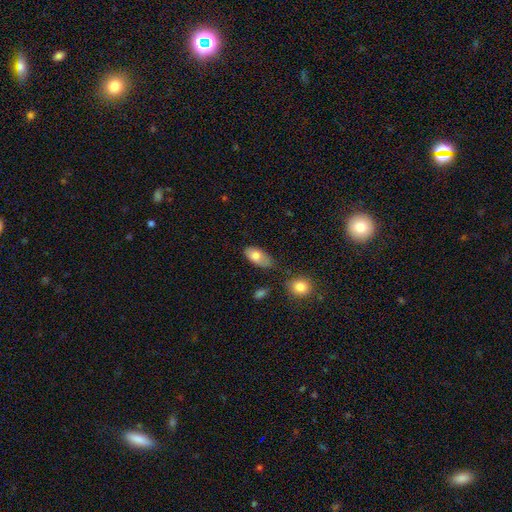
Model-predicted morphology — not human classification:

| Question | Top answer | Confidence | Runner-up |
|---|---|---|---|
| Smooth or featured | smooth | 78% | featured or disk (15%) |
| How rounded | in between | 92% | round (4%) |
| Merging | none | 59% | minor disturbance (28%) |